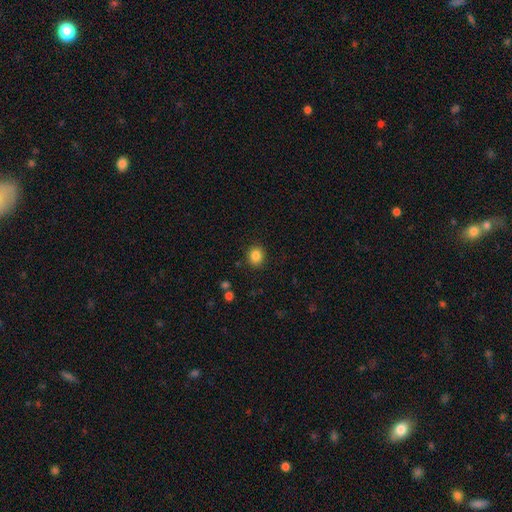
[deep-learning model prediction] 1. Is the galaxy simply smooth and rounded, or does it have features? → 85% smooth, 10% star or artifact, 5% featured or disk.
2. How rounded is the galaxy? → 76% round, 23% in between, 1% cigar-shaped.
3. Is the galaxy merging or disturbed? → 90% none, 7% minor disturbance, 2% major disturbance, 1% merger.